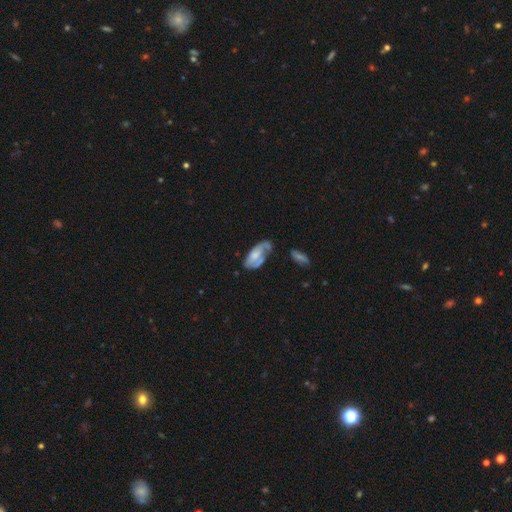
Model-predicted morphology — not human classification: Smooth or featured? Predicted: featured or disk (p=0.50). Edge-on disk? Predicted: no (p=0.91). Merging? Predicted: none (p=0.36).